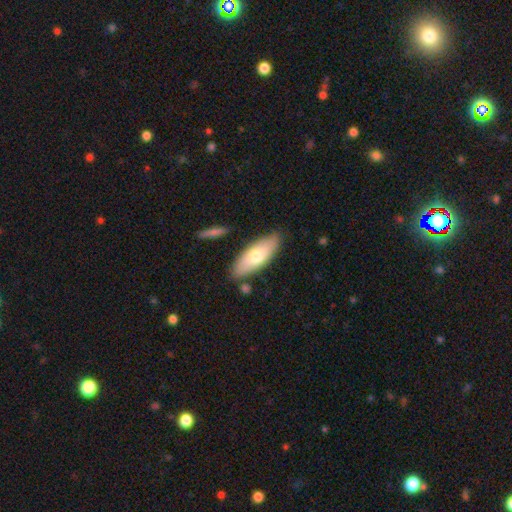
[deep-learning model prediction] Smooth or featured? Predicted: smooth (p=0.68). How rounded? Predicted: in between (p=0.72). Merging? Predicted: none (p=0.81).